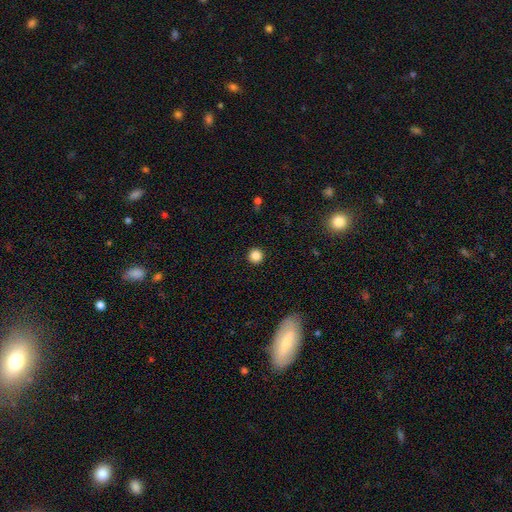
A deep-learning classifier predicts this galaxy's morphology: Smooth or featured? smooth (85%)
How rounded? round (96%)
Merging? none (93%)